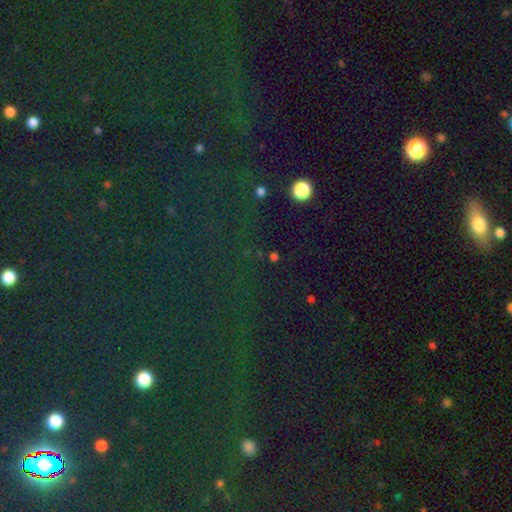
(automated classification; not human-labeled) Smooth or featured: star or artifact — 77% (smooth — 14%)